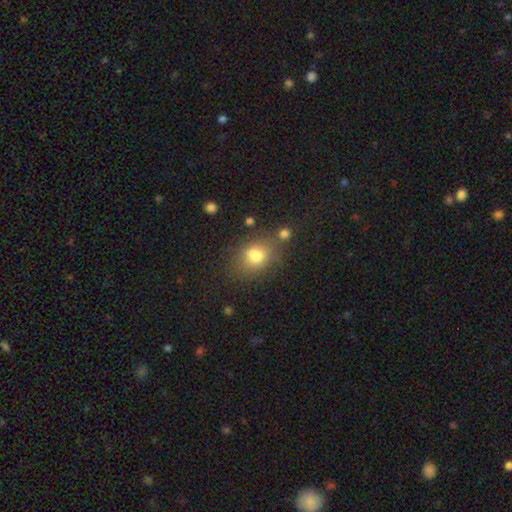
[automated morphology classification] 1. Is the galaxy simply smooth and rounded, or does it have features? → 73% smooth, 14% star or artifact, 13% featured or disk.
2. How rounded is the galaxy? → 52% in between, 46% round, 1% cigar-shaped.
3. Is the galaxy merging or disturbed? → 56% none, 20% merger, 17% minor disturbance, 7% major disturbance.